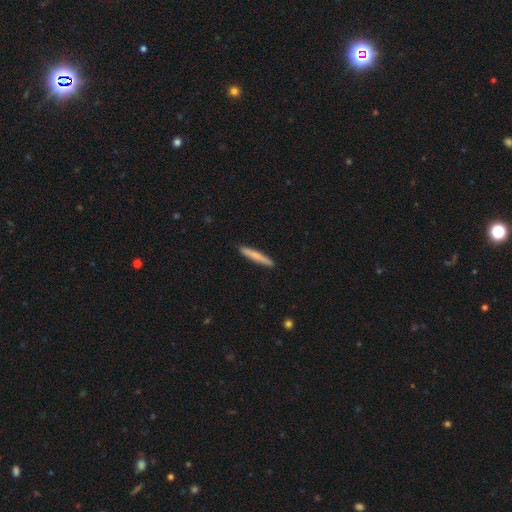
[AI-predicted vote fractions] Morphology: type=smooth (74%); roundness=cigar-shaped (95%); merging=none (92%).